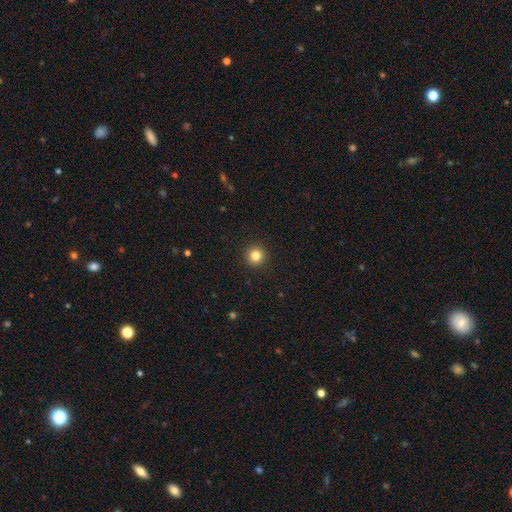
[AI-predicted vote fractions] Smooth or featured? Predicted: smooth (p=0.83). How rounded? Predicted: round (p=0.95). Merging? Predicted: none (p=0.93).